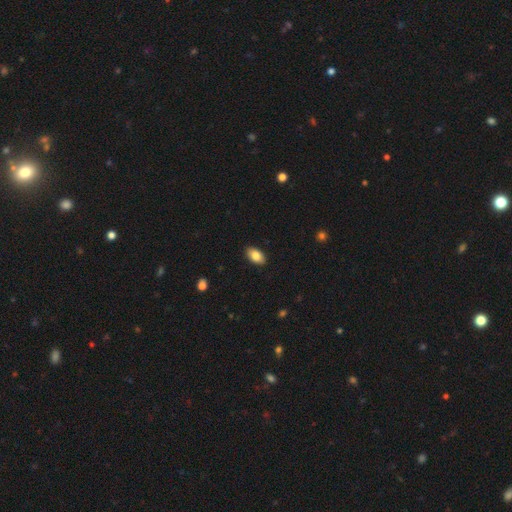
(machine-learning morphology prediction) smooth 85%, featured or disk 8%, star or artifact 7%. Down the decision tree: how rounded — in between (93%); merging — none (89%).